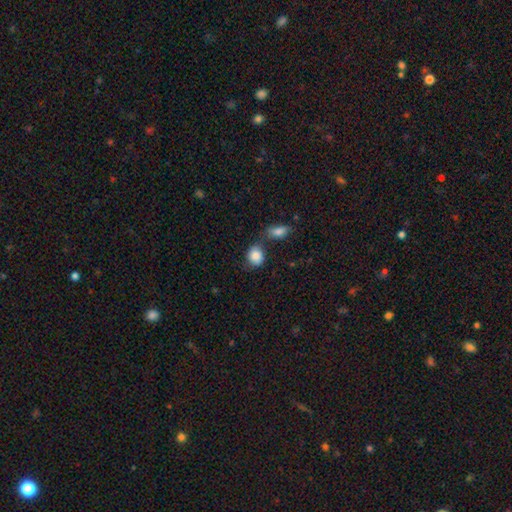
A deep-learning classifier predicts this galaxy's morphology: Smooth or featured? smooth (85%)
How rounded? round (56%)
Merging? none (52%)